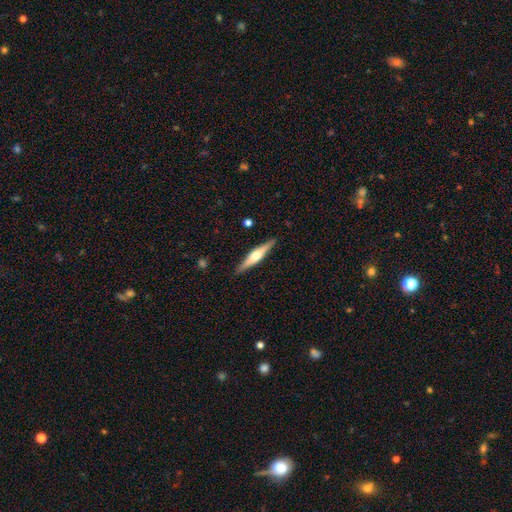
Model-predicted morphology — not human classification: Smooth or featured: featured or disk — 66% (smooth — 29%)
Edge-on disk: yes — 97% (no — 3%)
Edge-on bulge: rounded — 91% (boxy — 6%)
Merging: none — 89% (minor disturbance — 8%)